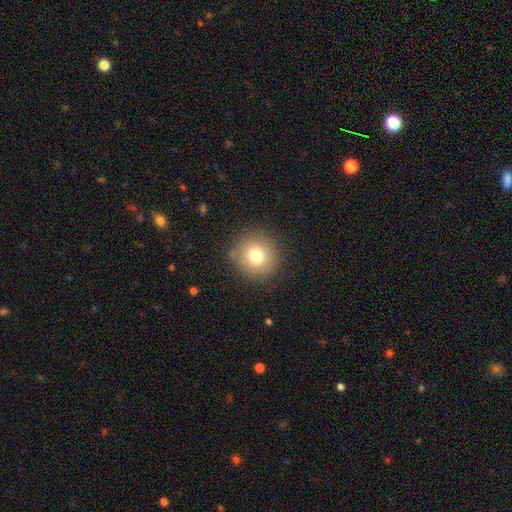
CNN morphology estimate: A smooth galaxy with no disk features (77%) that is round (94%). Merging: none (88%).